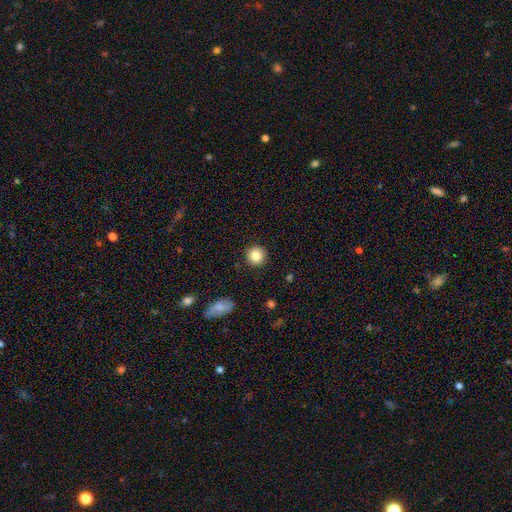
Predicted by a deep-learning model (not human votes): This appears to be a smooth galaxy with no disk features (85%) that is round (94%). Merging: none (91%).